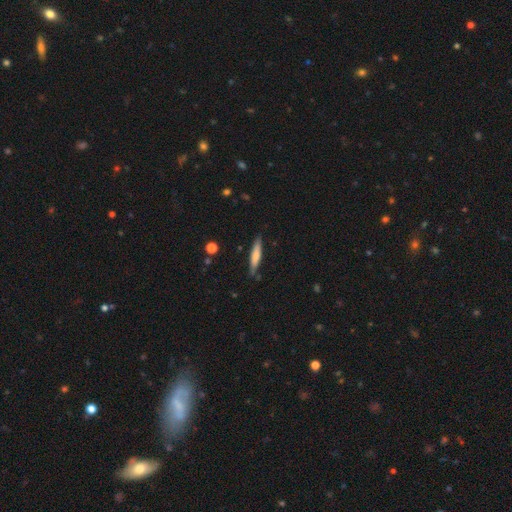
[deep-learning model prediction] Smooth or featured? smooth (66%)
How rounded? cigar-shaped (89%)
Merging? none (82%)